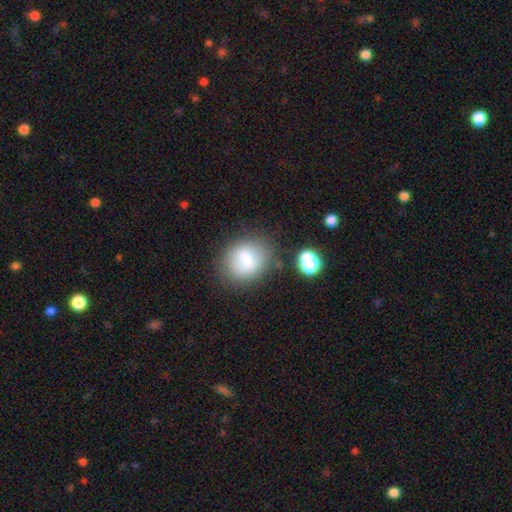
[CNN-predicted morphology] A smooth galaxy with no disk features (66%) that is round (52%). Merging: none (71%).